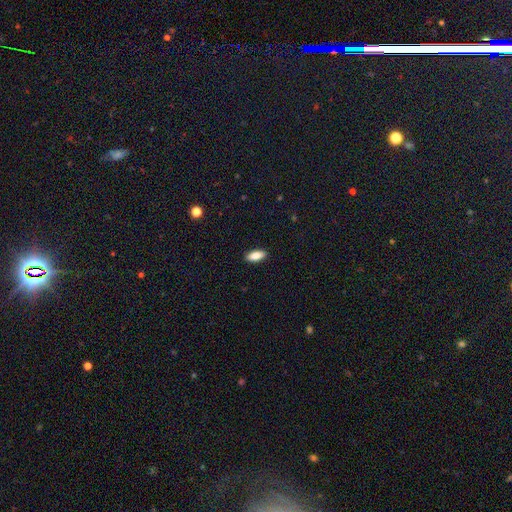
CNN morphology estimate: smooth_or_featured: smooth (p=0.86) [alt: featured or disk p=0.07]
how_rounded: in between (p=0.79) [alt: cigar-shaped p=0.18]
merging: none (p=0.90) [alt: minor disturbance p=0.07]